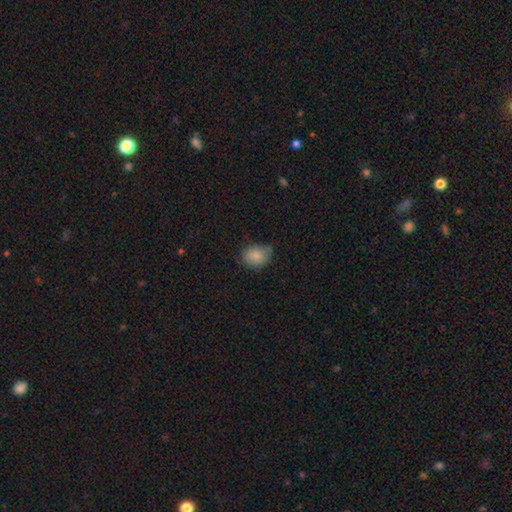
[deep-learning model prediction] Morphology: type=smooth (85%); roundness=round (50%); merging=none (61%).